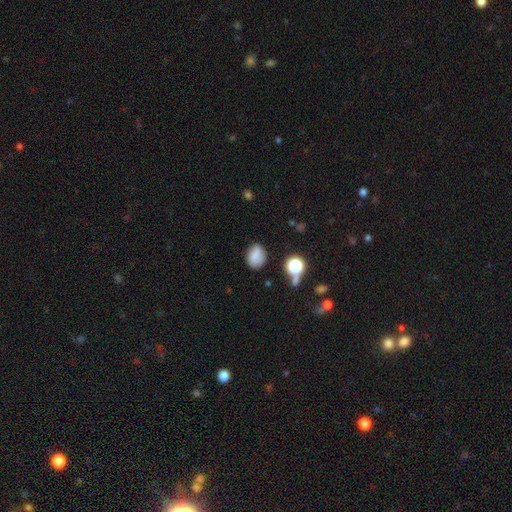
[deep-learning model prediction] Q: Smooth or featured?
A: smooth (75%); runner-up: star or artifact (13%)
Q: How rounded?
A: in between (64%); runner-up: round (35%)
Q: Merging?
A: none (66%); runner-up: minor disturbance (23%)